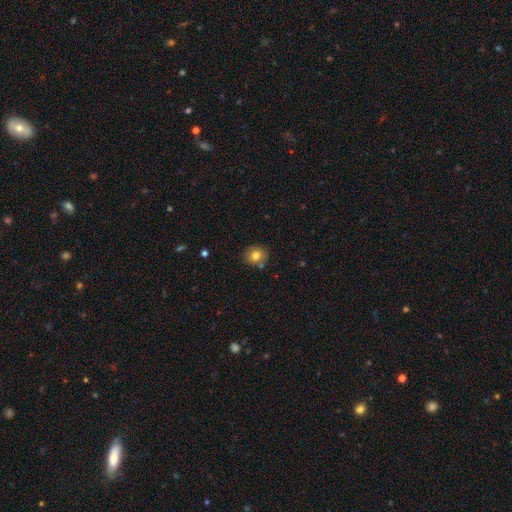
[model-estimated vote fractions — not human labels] This is likely a smooth galaxy (79%). How rounded: clearly round (85%). Merging: clearly none (81%).